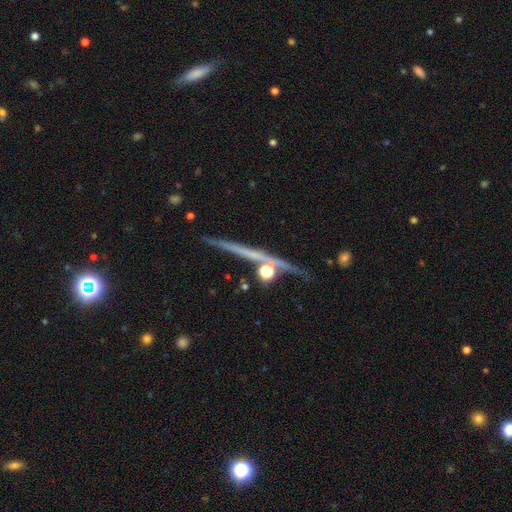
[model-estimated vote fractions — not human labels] A featured or disk galaxy (74%) viewed edge-on (96%) with a rounded central bulge (49%).

Vote fractions:
- Smooth or featured? featured or disk: 74% / smooth: 16% / star or artifact: 11%
- Edge-on disk? yes: 96% / no: 4%
- Edge-on bulge? rounded: 49% / none: 42% / boxy: 9%
- Merging? none: 78% / minor disturbance: 10% / merger: 7% / major disturbance: 4%